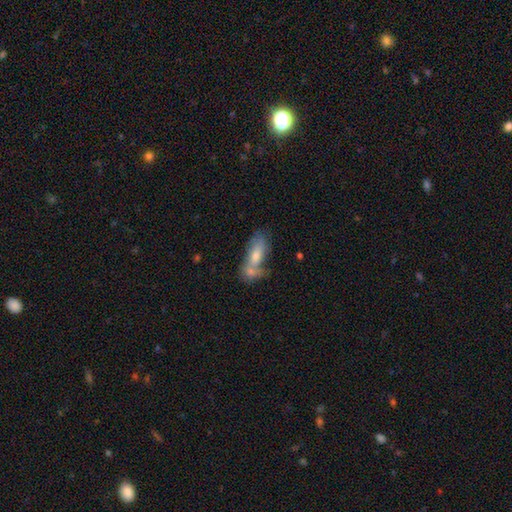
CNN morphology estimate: Smooth or featured? smooth (59%)
How rounded? in between (67%)
Merging? merger (47%)